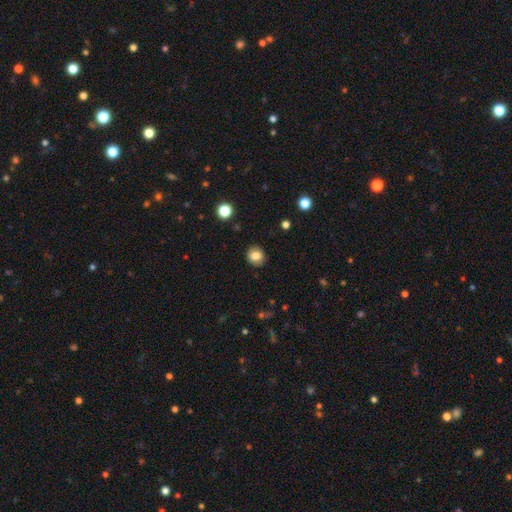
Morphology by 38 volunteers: Overall: smooth (82%). How rounded: round (74%). Merging: none (97%).